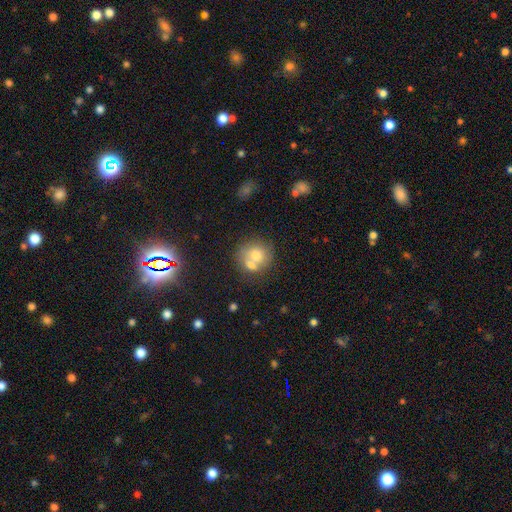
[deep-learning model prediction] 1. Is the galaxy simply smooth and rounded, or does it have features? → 66% smooth, 23% featured or disk, 10% star or artifact.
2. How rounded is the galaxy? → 85% round, 14% in between, 1% cigar-shaped.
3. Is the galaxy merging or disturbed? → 44% none, 41% merger, 11% minor disturbance, 4% major disturbance.